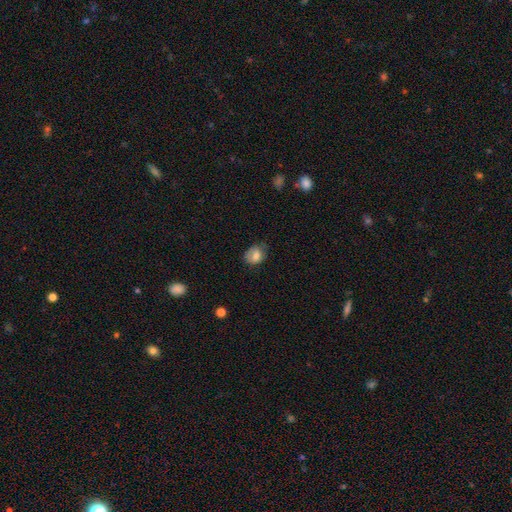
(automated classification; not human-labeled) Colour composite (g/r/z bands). It shows a smooth galaxy with no disk features (72%) that is in between round and cigar-shaped (61%). Merging: none (60%).